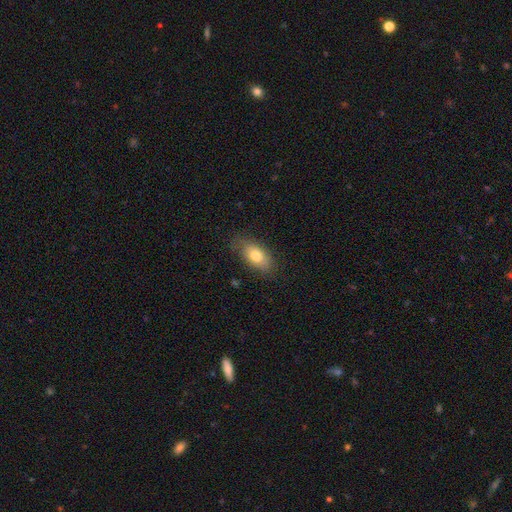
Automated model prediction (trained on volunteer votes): This is likely a smooth galaxy (76%). How rounded: clearly in between (89%). Merging: likely none (76%).